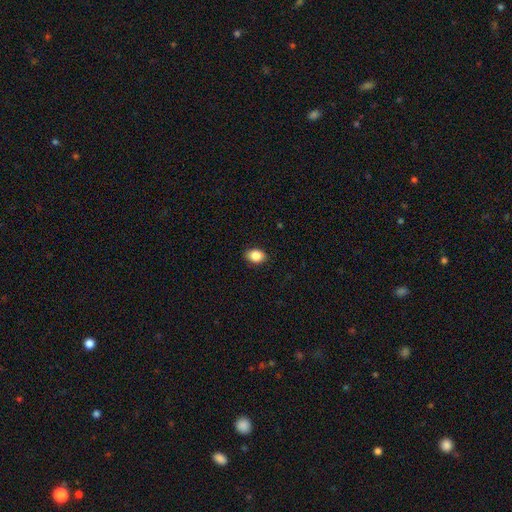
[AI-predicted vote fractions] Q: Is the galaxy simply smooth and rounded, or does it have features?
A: smooth — 86%.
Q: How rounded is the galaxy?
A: in between — 70%.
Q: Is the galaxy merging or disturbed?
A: none — 88%.